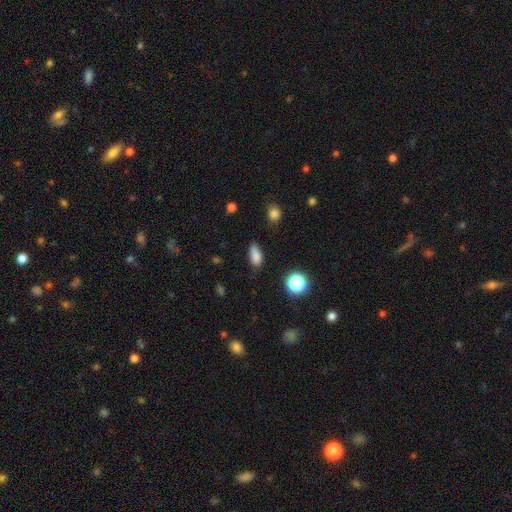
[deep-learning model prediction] Smooth or featured? Predicted: smooth (p=0.82). How rounded? Predicted: in between (p=0.83). Merging? Predicted: none (p=0.73).